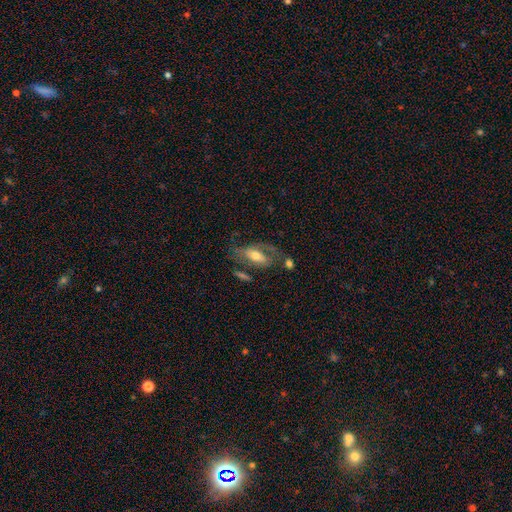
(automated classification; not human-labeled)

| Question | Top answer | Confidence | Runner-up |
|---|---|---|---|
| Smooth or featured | featured or disk | 59% | smooth (34%) |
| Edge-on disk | no | 87% | yes (13%) |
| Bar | no | 43% | weak (30%) |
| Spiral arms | yes | 68% | no (32%) |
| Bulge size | moderate | 64% | small (21%) |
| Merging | none | 46% | major disturbance (23%) |